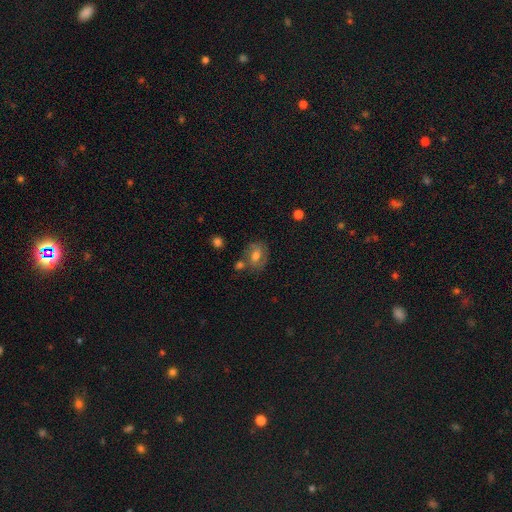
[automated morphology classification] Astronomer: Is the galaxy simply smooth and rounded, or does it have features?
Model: smooth — 54% (runner-up: featured or disk, 36%).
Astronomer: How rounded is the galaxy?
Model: in between — 54% (runner-up: round, 44%).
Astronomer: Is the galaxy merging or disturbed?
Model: none — 61%.